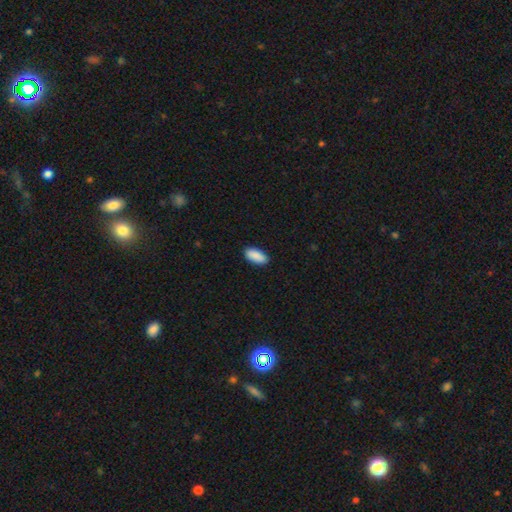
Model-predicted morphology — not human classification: This appears to be a smooth galaxy with no disk features (91%) that is in between round and cigar-shaped (89%). Merging: none (89%).